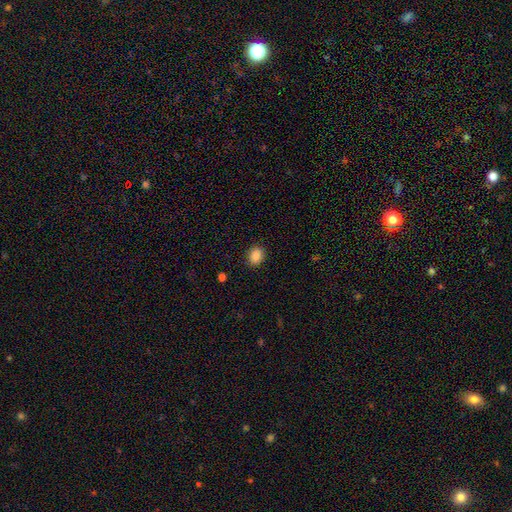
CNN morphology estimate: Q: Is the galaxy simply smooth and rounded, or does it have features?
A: smooth — 87%.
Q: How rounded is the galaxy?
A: in between — 50%.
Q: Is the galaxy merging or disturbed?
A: none — 89%.